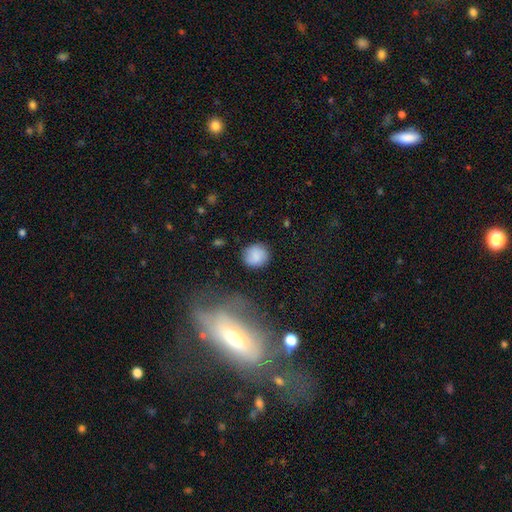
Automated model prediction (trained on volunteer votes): smooth 81%, featured or disk 9%, star or artifact 9%. Down the decision tree: how rounded — round (86%); merging — none (80%).